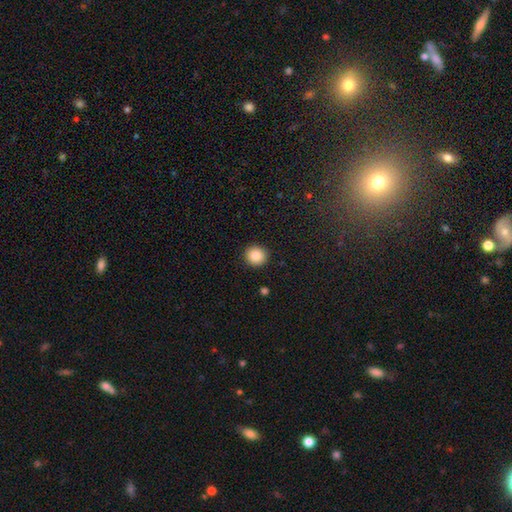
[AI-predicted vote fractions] This is clearly a smooth galaxy (87%). How rounded: clearly round (92%). Merging: clearly none (92%).